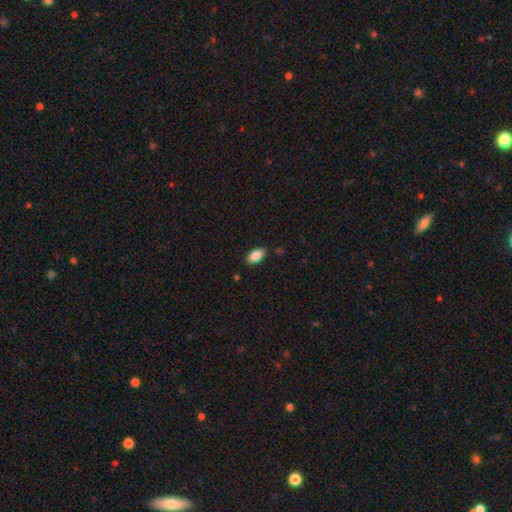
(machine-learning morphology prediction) type=smooth (87%); roundness=in between (93%); merging=none (87%).